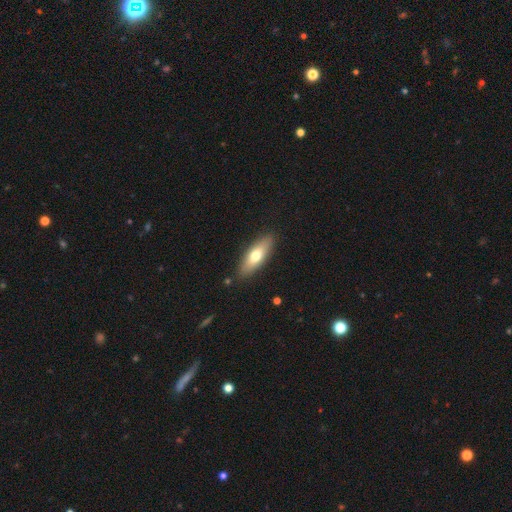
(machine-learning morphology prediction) smooth 66%, featured or disk 28%, star or artifact 6%. Down the decision tree: how rounded — in between (59%); merging — none (87%).